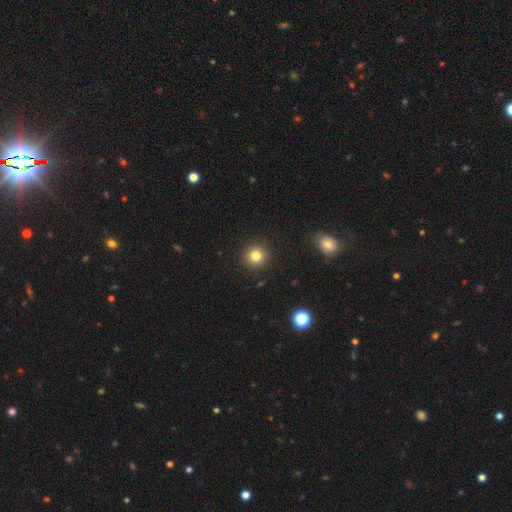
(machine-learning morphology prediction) Smooth or featured? smooth (82%)
How rounded? round (93%)
Merging? none (91%)